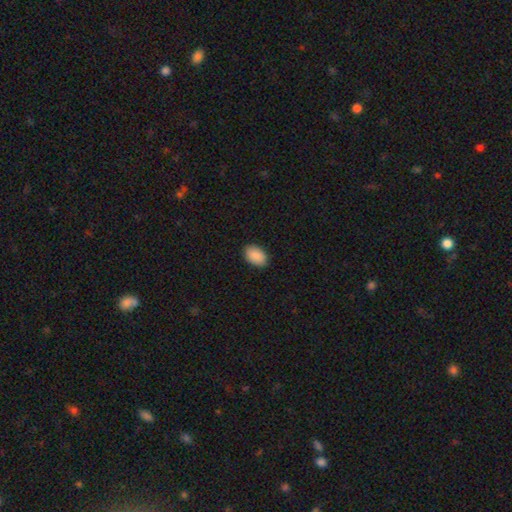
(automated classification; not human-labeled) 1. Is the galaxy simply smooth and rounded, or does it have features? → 91% smooth, 6% star or artifact, 3% featured or disk.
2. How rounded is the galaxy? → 90% in between, 9% round, 1% cigar-shaped.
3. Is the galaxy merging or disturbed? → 89% none, 8% minor disturbance, 2% major disturbance, 1% merger.